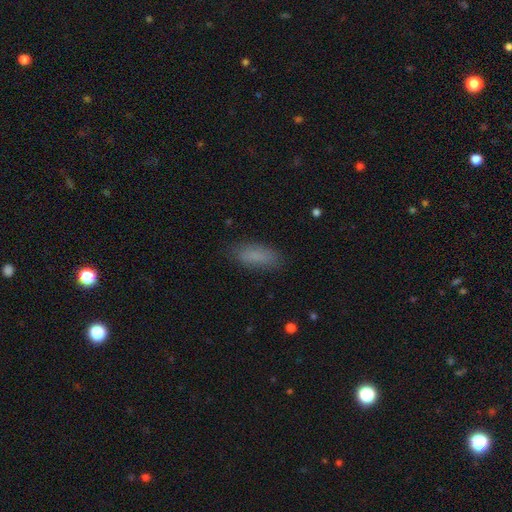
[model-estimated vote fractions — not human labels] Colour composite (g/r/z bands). It shows a smooth galaxy with no disk features (84%) that is in between round and cigar-shaped (72%). Merging: none (82%).